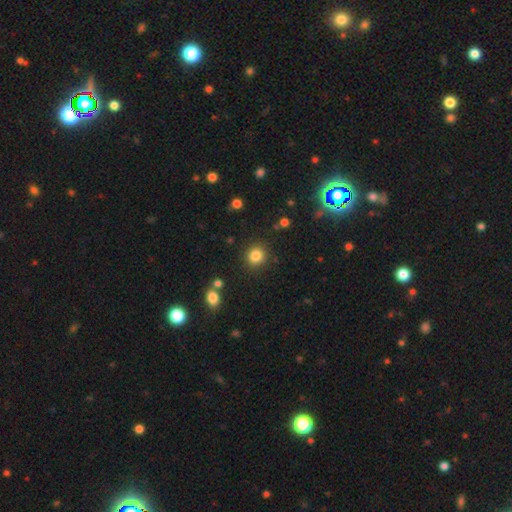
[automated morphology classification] The model was most divided on "smooth or featured": smooth: 83%, star or artifact: 11%, featured or disk: 5%. More confident: how rounded — round (89%); merging — none (88%).